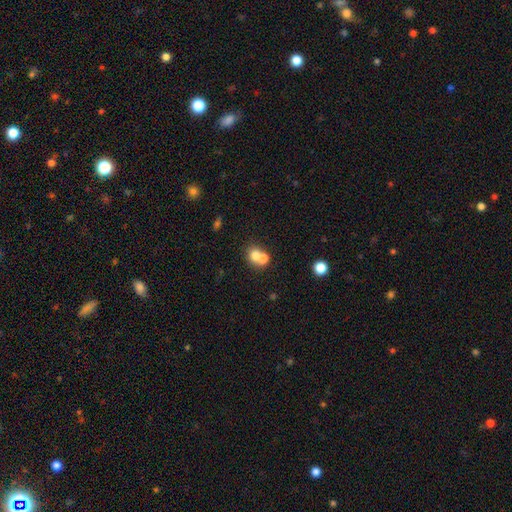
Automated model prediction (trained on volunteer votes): Smooth or featured?
  - smooth: 71% *
  - featured or disk: 18%
  - star or artifact: 12%
How rounded?
  - round: 74% *
  - in between: 25%
  - cigar-shaped: 1%
Merging?
  - merger: 60% *
  - none: 32%
  - minor disturbance: 5%
  - major disturbance: 3%